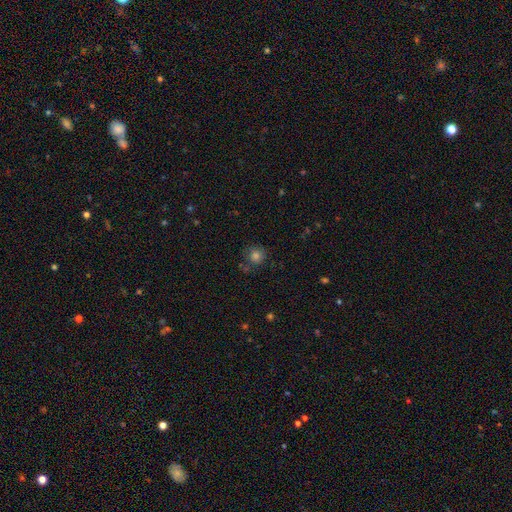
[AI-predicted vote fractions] smooth-or-featured: smooth: 78% | star or artifact: 14% | featured or disk: 8%
  how-rounded: round: 89% | in between: 10% | cigar-shaped: 1%
  merging: none: 71% | minor disturbance: 17% | major disturbance: 6% | merger: 6%